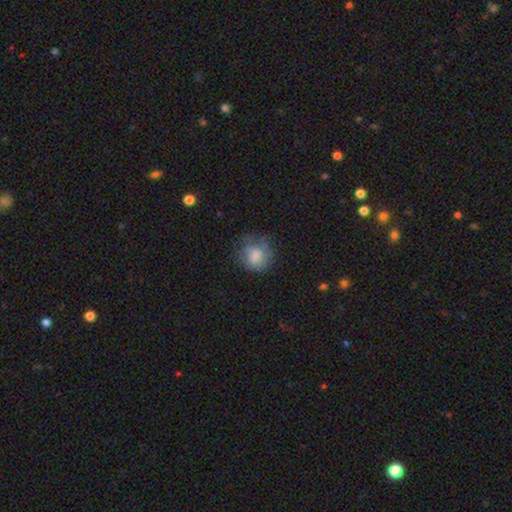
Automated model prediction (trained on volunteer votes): smooth-or-featured: smooth: 71% | featured or disk: 19% | star or artifact: 9%
  how-rounded: round: 74% | in between: 25% | cigar-shaped: 1%
  merging: none: 54% | minor disturbance: 27% | major disturbance: 17% | merger: 2%